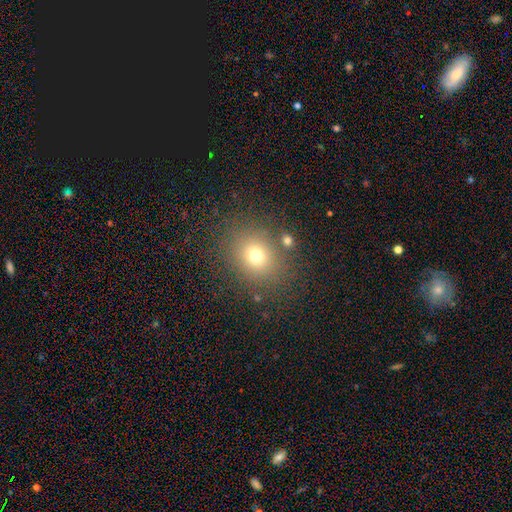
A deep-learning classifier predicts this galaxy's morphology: smooth 69%, star or artifact 19%, featured or disk 12%. Down the decision tree: how rounded — round (66%); merging — none (78%).